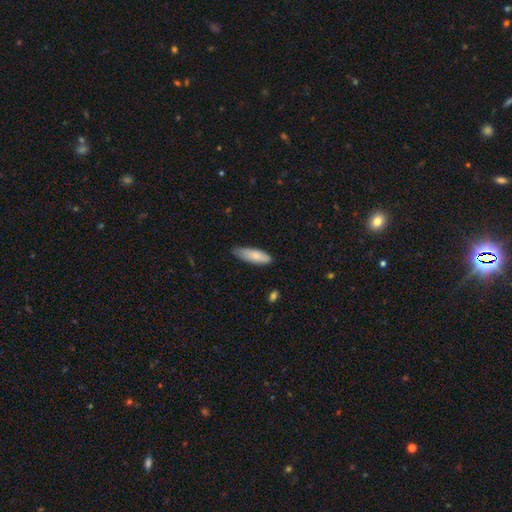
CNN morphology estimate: Smooth or featured?
  - smooth: 82% *
  - featured or disk: 12%
  - star or artifact: 6%
How rounded?
  - in between: 56% *
  - cigar-shaped: 43%
  - round: 2%
Merging?
  - none: 68% *
  - minor disturbance: 27%
  - major disturbance: 3%
  - merger: 2%